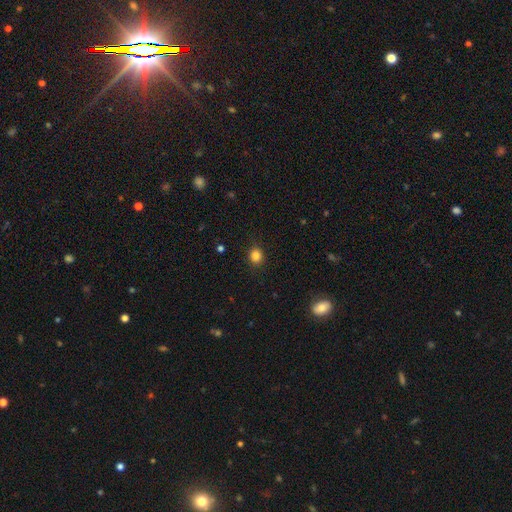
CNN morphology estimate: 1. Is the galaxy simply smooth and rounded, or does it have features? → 84% smooth, 12% star or artifact, 4% featured or disk.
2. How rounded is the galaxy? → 80% round, 19% in between, 1% cigar-shaped.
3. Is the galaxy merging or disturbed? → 89% none, 7% minor disturbance, 2% major disturbance, 1% merger.